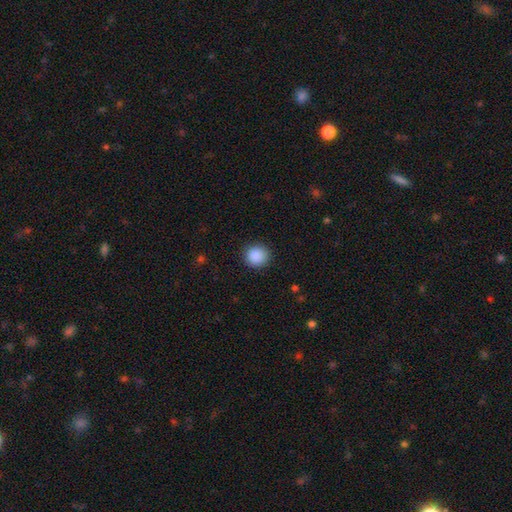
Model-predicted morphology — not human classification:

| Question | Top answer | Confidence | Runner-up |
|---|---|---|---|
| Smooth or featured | smooth | 89% | star or artifact (9%) |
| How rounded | round | 92% | in between (7%) |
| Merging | none | 91% | minor disturbance (6%) |